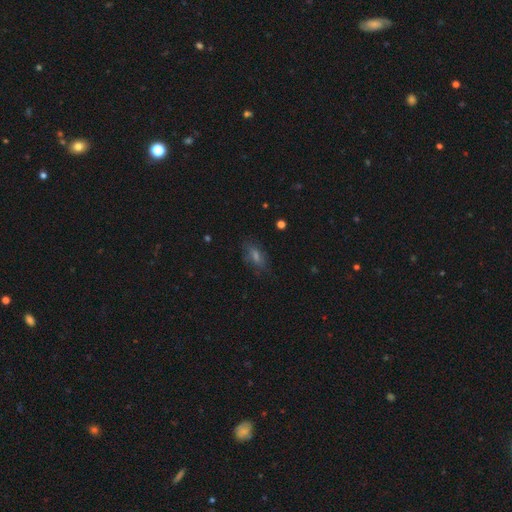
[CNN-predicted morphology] smooth 45%, featured or disk 31%, star or artifact 25%. Down the decision tree: merging — none (75%).